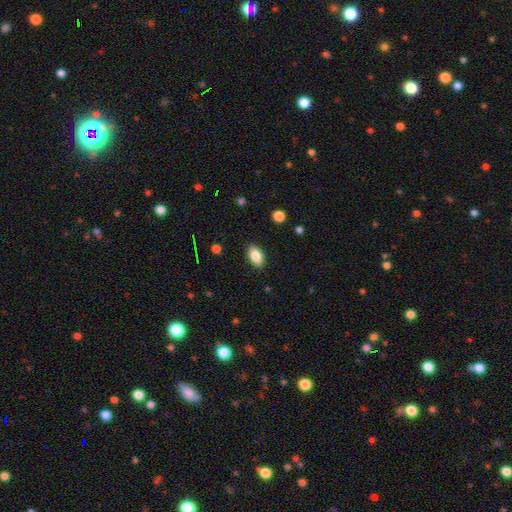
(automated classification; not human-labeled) Morphology: type=smooth (85%); roundness=in between (92%); merging=none (88%).